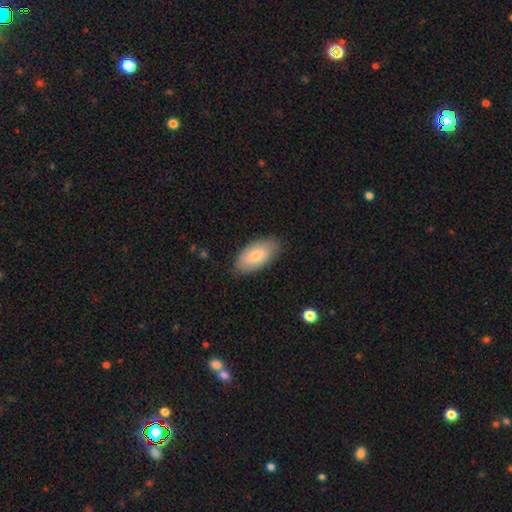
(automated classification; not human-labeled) Smooth or featured? smooth (76%)
How rounded? in between (94%)
Merging? none (84%)